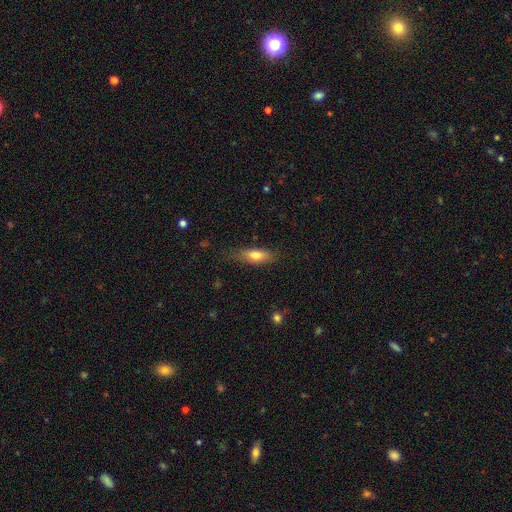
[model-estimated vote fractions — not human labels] Smooth or featured? smooth (73%)
How rounded? in between (63%)
Merging? none (74%)